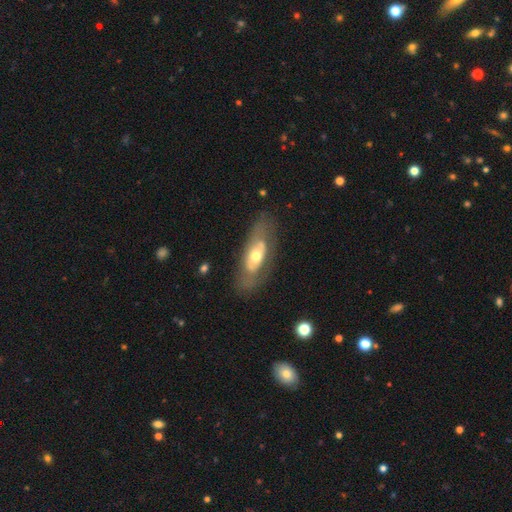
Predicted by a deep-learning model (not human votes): Smooth or featured? featured or disk (59%)
Edge-on disk? no (82%)
Merging? none (70%)